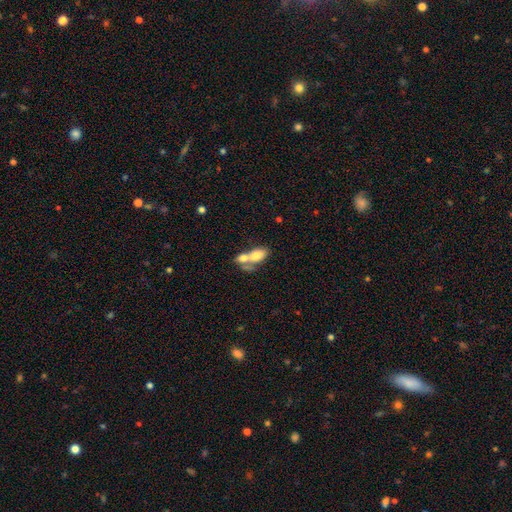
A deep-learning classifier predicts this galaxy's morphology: smooth_or_featured: smooth (p=0.72) [alt: featured or disk p=0.20]
how_rounded: in between (p=0.86) [alt: round p=0.07]
merging: merger (p=0.68) [alt: none p=0.18]